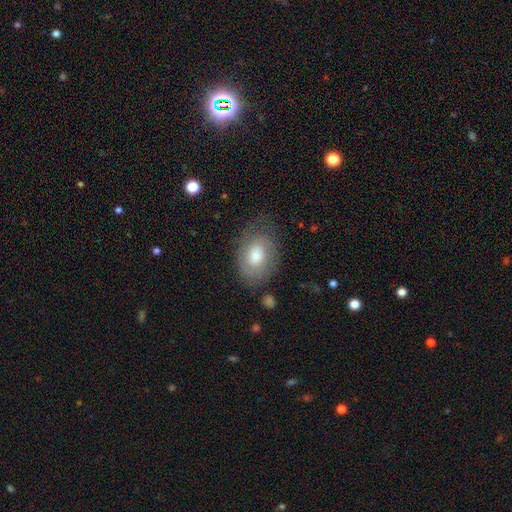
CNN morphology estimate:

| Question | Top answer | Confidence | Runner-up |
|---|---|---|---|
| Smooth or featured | smooth | 51% | featured or disk (41%) |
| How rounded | in between | 84% | round (15%) |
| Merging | none | 66% | minor disturbance (22%) |